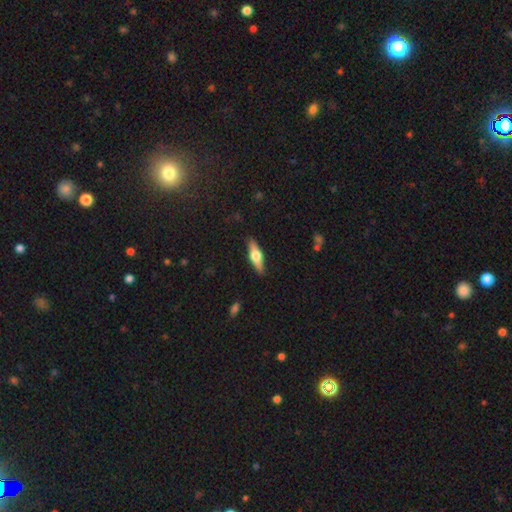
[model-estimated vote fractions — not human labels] The model was most divided on "smooth or featured": featured or disk: 59%, smooth: 35%, star or artifact: 6%. More confident: edge-on bulge — rounded (95%); edge-on disk — yes (95%); merging — none (89%).